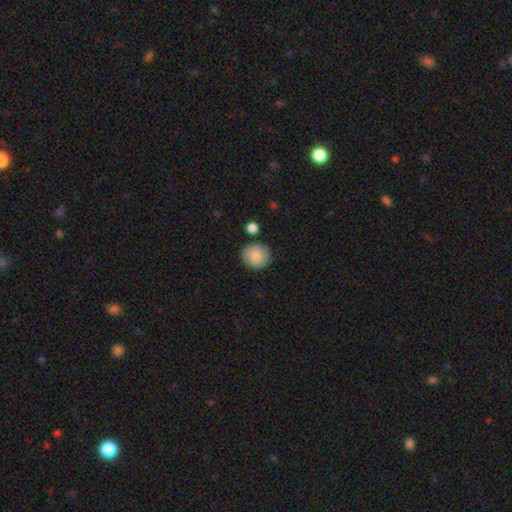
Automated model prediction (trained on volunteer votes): A smooth galaxy with no disk features (83%) that is round (88%).

Vote fractions:
- Smooth or featured? smooth: 83% / featured or disk: 9% / star or artifact: 7%
- How rounded? round: 88% / in between: 12% / cigar-shaped: 1%
- Merging? none: 84% / minor disturbance: 10% / merger: 4% / major disturbance: 3%